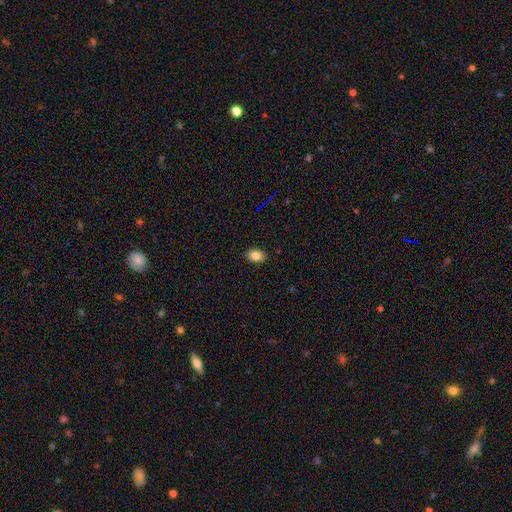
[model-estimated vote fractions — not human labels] Overall: smooth (83%). How rounded: in between (84%). Merging: none (89%).